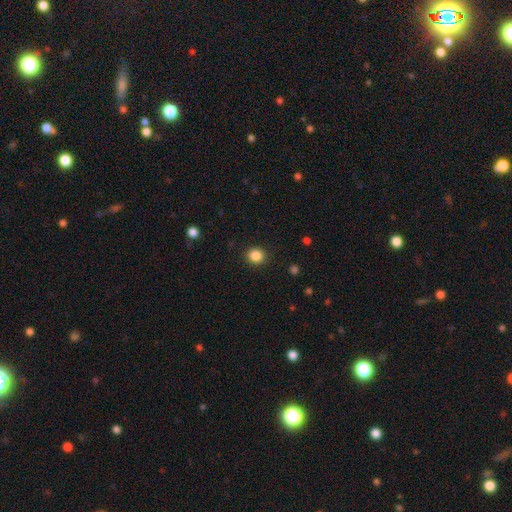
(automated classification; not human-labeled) This appears to be a smooth galaxy with no disk features (86%) that is round (86%). Merging: none (91%).